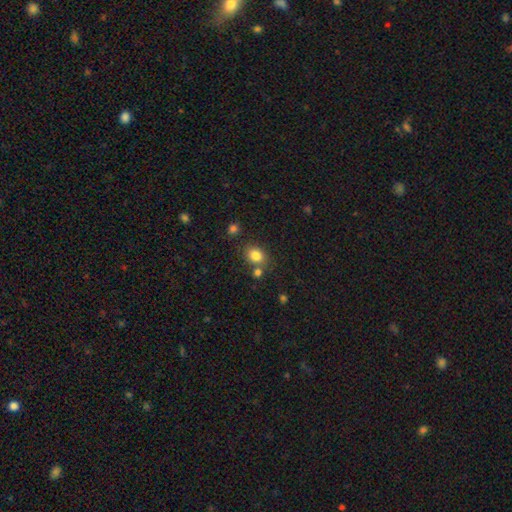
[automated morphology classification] smooth 82%, star or artifact 11%, featured or disk 7%. Down the decision tree: how rounded — round (51%); merging — none (69%).